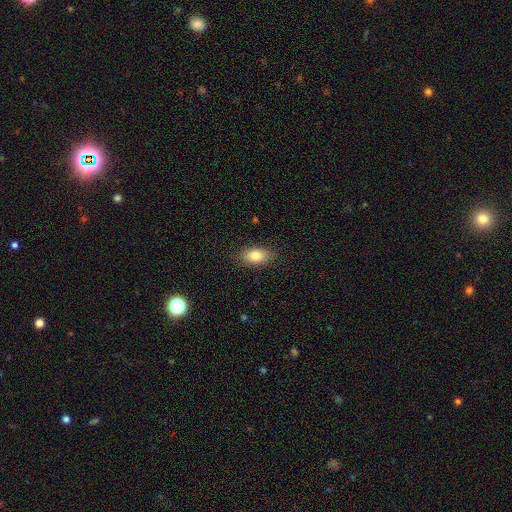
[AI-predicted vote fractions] Smooth or featured: smooth — 84% (featured or disk — 9%)
How rounded: in between — 90% (round — 7%)
Merging: none — 87% (minor disturbance — 10%)